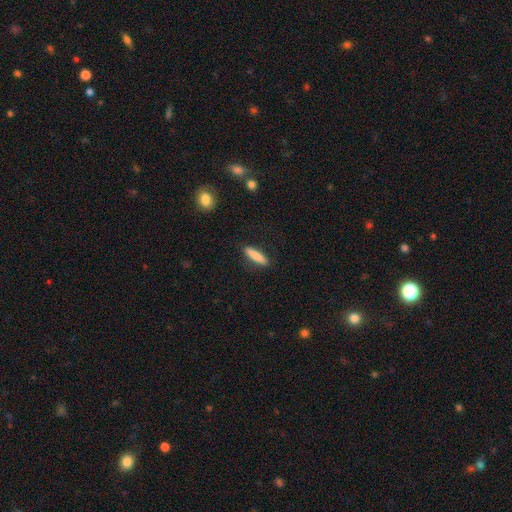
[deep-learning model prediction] Q: Smooth or featured?
A: smooth (84%); runner-up: featured or disk (10%)
Q: How rounded?
A: cigar-shaped (78%); runner-up: in between (20%)
Q: Merging?
A: none (89%); runner-up: minor disturbance (8%)